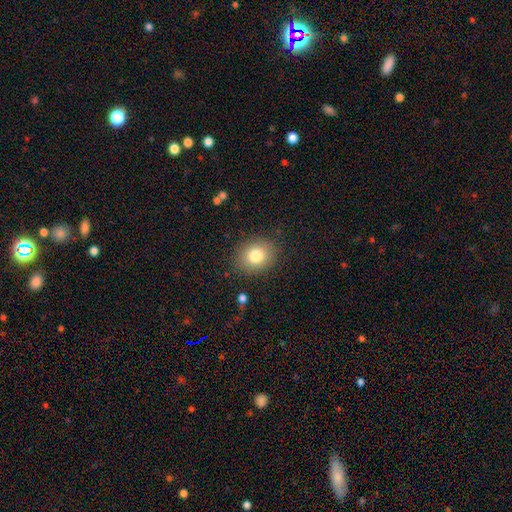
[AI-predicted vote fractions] Smooth or featured?
  - smooth: 80% *
  - star or artifact: 10%
  - featured or disk: 10%
How rounded?
  - round: 55% *
  - in between: 44%
  - cigar-shaped: 1%
Merging?
  - none: 86% *
  - minor disturbance: 10%
  - major disturbance: 3%
  - merger: 2%